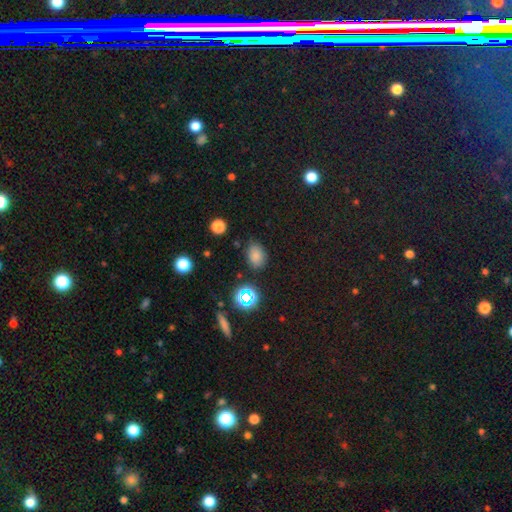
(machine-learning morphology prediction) A smooth galaxy with no disk features (76%) that is in between round and cigar-shaped (71%).

Vote fractions:
- Smooth or featured? smooth: 76% / star or artifact: 18% / featured or disk: 6%
- How rounded? in between: 71% / round: 28% / cigar-shaped: 1%
- Merging? none: 78% / minor disturbance: 16% / major disturbance: 4% / merger: 3%